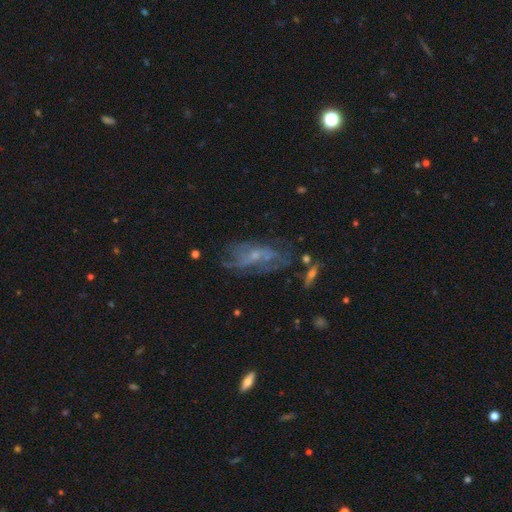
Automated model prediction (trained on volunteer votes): Overall: featured or disk (63%). Edge-on disk: no (90%). Bar: no (60%; weak 33%). Spiral arms: yes (62%; no 38%). Bulge size: small (65%). Merging: none (51%; minor disturbance 21%).